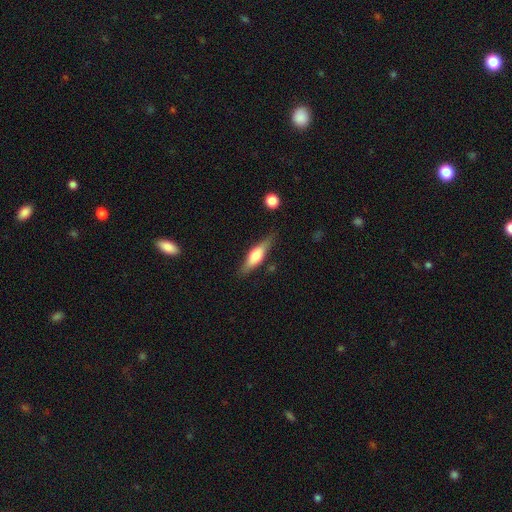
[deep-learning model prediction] This is possibly a featured or disk galaxy (48%). Merging: likely none (78%).